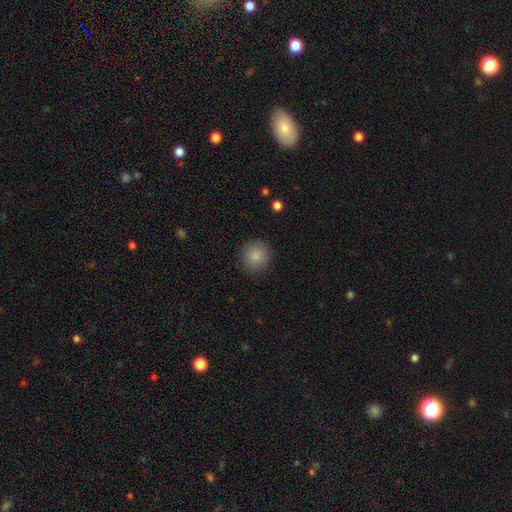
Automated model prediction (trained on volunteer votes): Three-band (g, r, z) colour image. It shows a smooth galaxy with no disk features (86%) that is round (93%). Merging: none (90%).